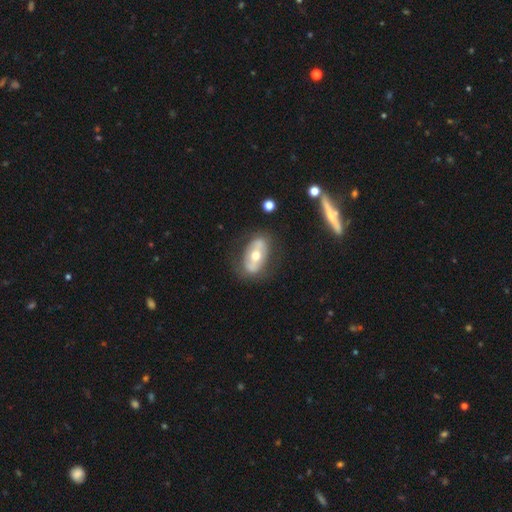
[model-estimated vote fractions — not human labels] The model was most divided on "bar": no: 44%, strong: 34%, weak: 23%. More confident: edge-on disk — no (87%); merging — none (76%); spiral arms — no (73%); bulge size — moderate (73%); smooth or featured — featured or disk (59%).